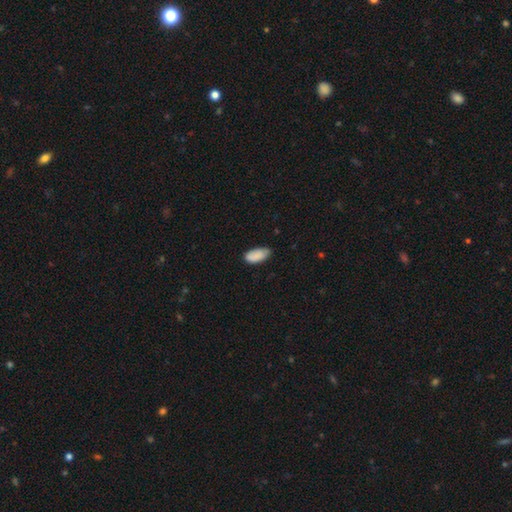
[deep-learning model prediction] smooth_or_featured: smooth (p=0.87) [alt: star or artifact p=0.07]
how_rounded: in between (p=0.93) [alt: cigar-shaped p=0.05]
merging: none (p=0.70) [alt: minor disturbance p=0.26]